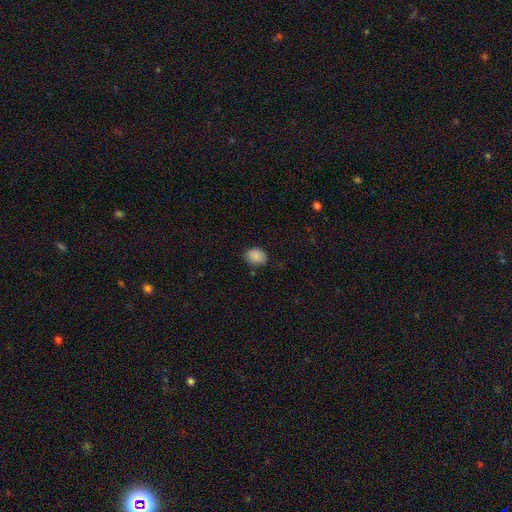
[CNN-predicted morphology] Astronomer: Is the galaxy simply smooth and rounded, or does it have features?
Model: smooth — 88%.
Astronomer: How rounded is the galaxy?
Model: in between — 69%.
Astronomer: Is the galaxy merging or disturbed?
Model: none — 80%.